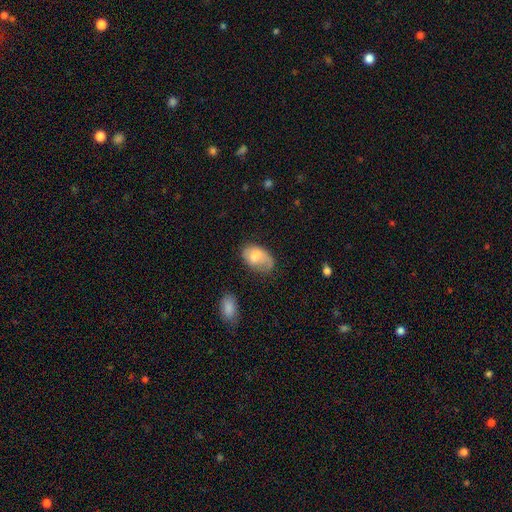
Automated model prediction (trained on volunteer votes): This appears to be a smooth galaxy with no disk features (65%) that is in between round and cigar-shaped (90%). Merging: none (43%).